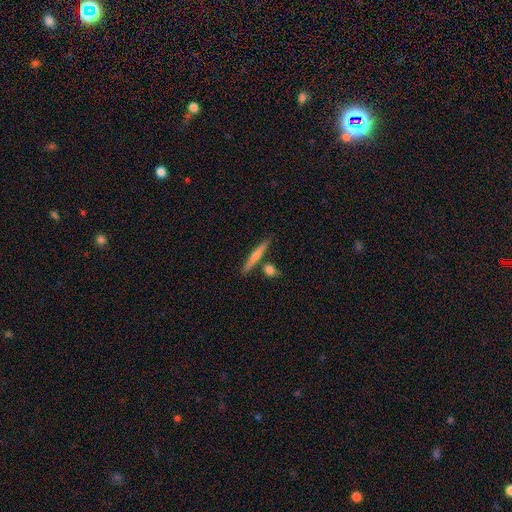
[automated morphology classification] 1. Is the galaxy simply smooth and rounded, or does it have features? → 61% smooth, 33% featured or disk, 6% star or artifact.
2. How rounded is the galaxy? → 90% cigar-shaped, 6% in between, 3% round.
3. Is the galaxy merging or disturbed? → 77% none, 11% merger, 9% minor disturbance, 2% major disturbance.